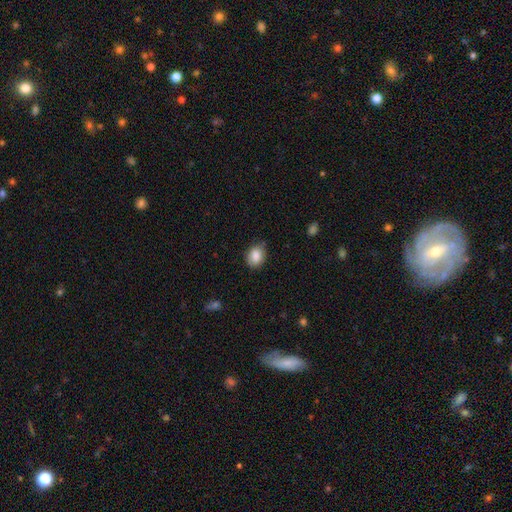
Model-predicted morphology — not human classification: Q: Smooth or featured?
A: smooth (87%); runner-up: star or artifact (8%)
Q: How rounded?
A: in between (60%); runner-up: round (39%)
Q: Merging?
A: none (77%); runner-up: minor disturbance (19%)